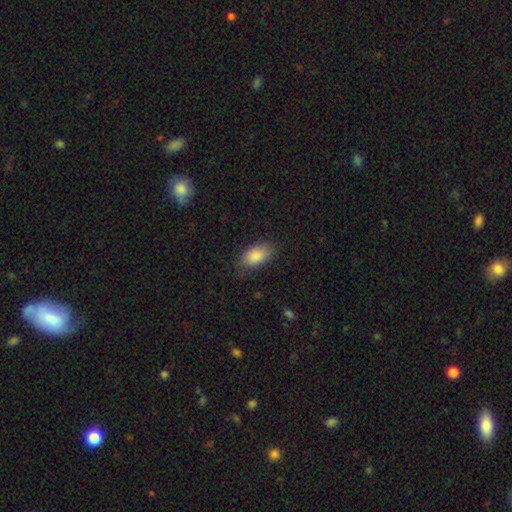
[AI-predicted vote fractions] Smooth or featured? Predicted: smooth (p=0.88). How rounded? Predicted: in between (p=0.92). Merging? Predicted: none (p=0.78).